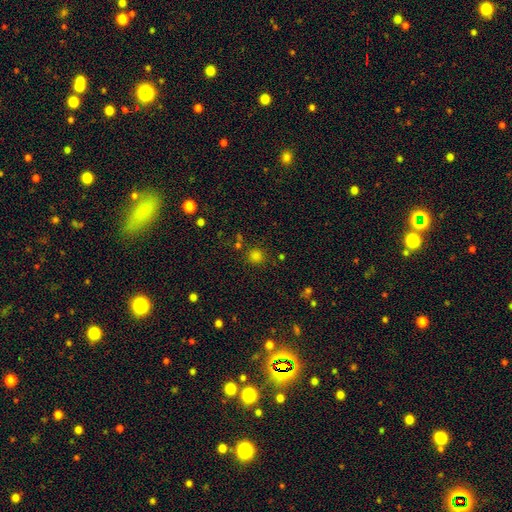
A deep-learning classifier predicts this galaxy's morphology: Smooth or featured: smooth — 76% (star or artifact — 20%)
How rounded: round — 90% (in between — 9%)
Merging: none — 82% (minor disturbance — 9%)